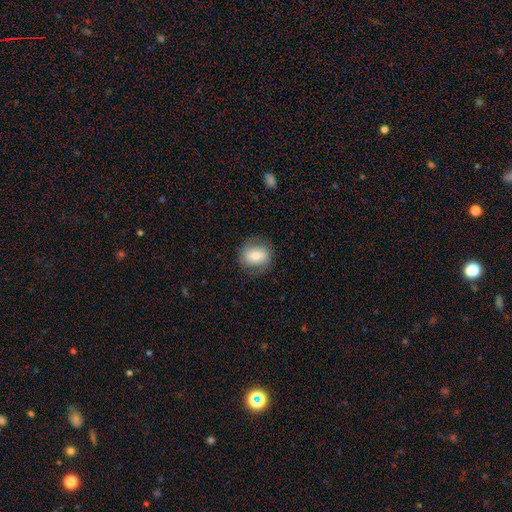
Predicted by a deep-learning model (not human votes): smooth 61%, featured or disk 31%, star or artifact 8%. Down the decision tree: how rounded — round (63%); merging — none (79%).